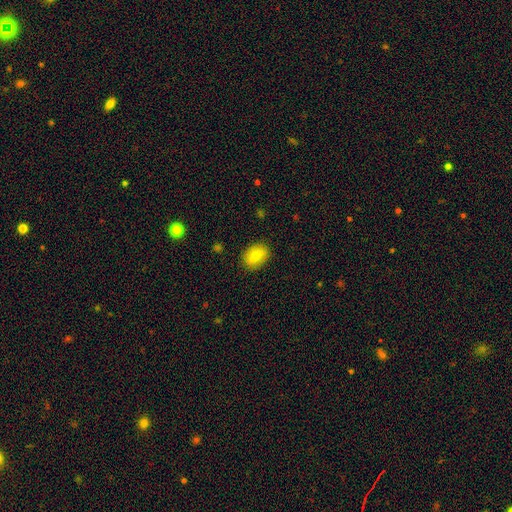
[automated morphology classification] Smooth or featured? smooth (73%)
How rounded? in between (77%)
Merging? none (86%)